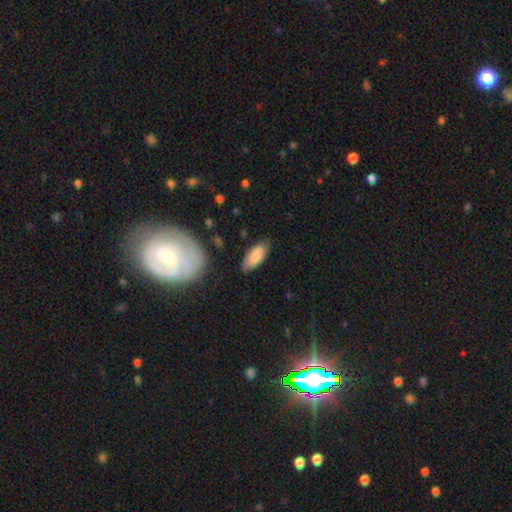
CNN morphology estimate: Overall: smooth (83%). How rounded: in between (84%). Merging: none (75%).